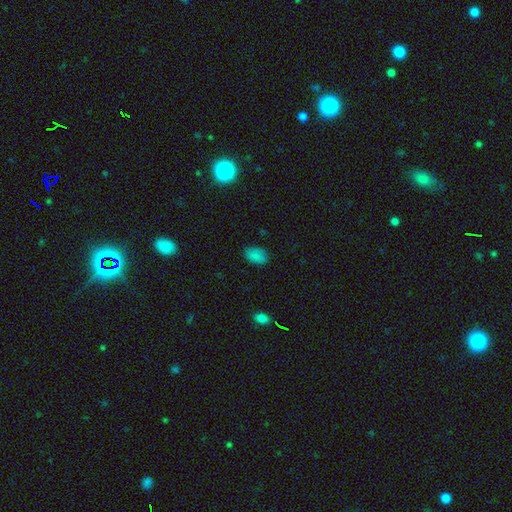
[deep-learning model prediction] The model was most divided on "merging": none: 83%, minor disturbance: 13%, major disturbance: 3%, merger: 1%. More confident: how rounded — in between (90%); smooth or featured — smooth (84%).